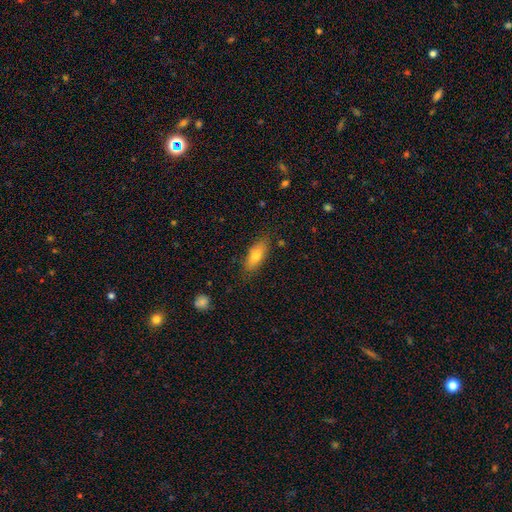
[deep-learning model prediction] Q: Smooth or featured?
A: smooth (73%); runner-up: featured or disk (20%)
Q: How rounded?
A: in between (74%); runner-up: cigar-shaped (23%)
Q: Merging?
A: none (81%); runner-up: minor disturbance (14%)